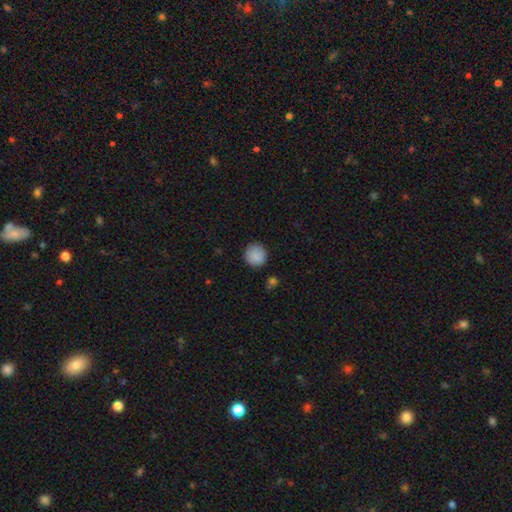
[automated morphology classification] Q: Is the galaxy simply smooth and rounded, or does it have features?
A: smooth — 88%.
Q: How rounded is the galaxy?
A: round — 93%.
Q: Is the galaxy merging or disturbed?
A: none — 86%.